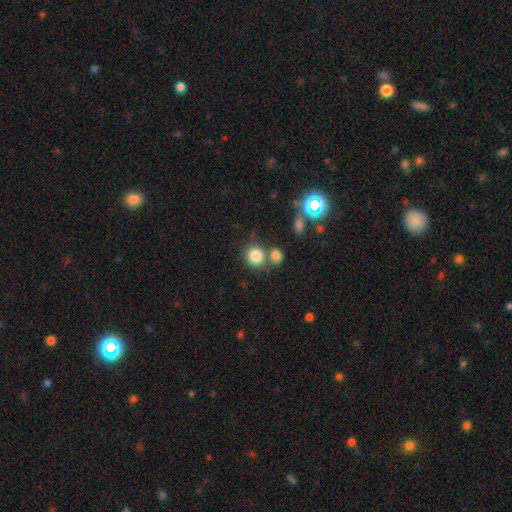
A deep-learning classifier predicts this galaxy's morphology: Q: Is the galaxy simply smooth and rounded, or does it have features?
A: smooth — 82%.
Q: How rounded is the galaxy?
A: round — 86%.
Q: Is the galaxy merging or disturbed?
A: none — 60%.